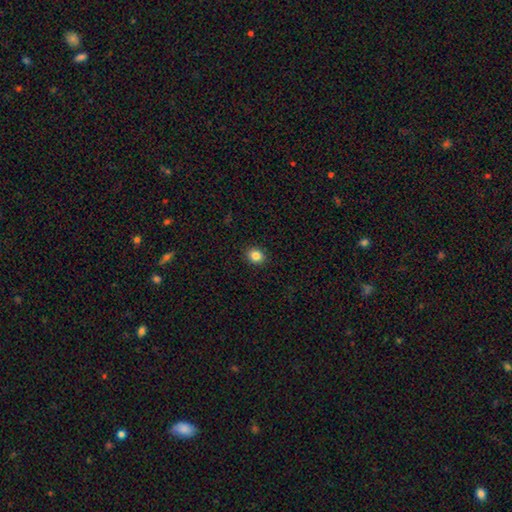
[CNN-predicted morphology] A smooth galaxy with no disk features (84%) that is round (65%).

Vote fractions:
- Smooth or featured? smooth: 84% / star or artifact: 11% / featured or disk: 5%
- How rounded? round: 65% / in between: 34% / cigar-shaped: 1%
- Merging? none: 91% / minor disturbance: 6% / major disturbance: 2% / merger: 1%